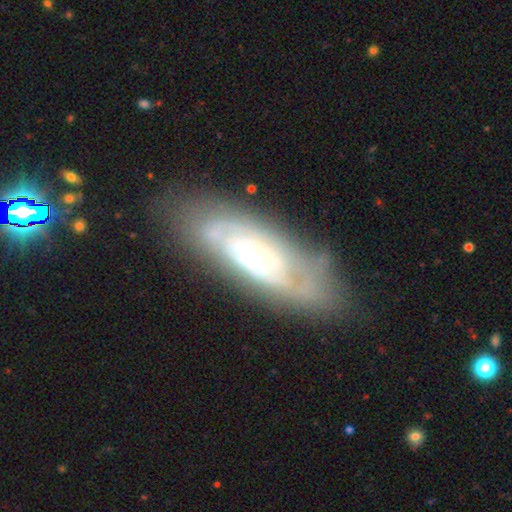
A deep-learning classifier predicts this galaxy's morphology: Smooth or featured?
  - featured or disk: 78% *
  - smooth: 16%
  - star or artifact: 6%
Edge-on disk?
  - no: 87% *
  - yes: 13%
Bar?
  - no: 75% *
  - weak: 19%
  - strong: 6%
Spiral arms?
  - yes: 79% *
  - no: 21%
Spiral winding?
  - tight: 71% *
  - medium: 23%
  - loose: 6%
Spiral arm count?
  - can't tell: 54% *
  - 2: 24%
  - 3: 9%
  - 4: 5%
  - 1: 4%
  - more than 4: 4%
Bulge size?
  - small: 70% *
  - moderate: 25%
  - large: 2%
  - none: 2%
  - dominant: 1%
Merging?
  - none: 74% *
  - minor disturbance: 17%
  - major disturbance: 7%
  - merger: 2%